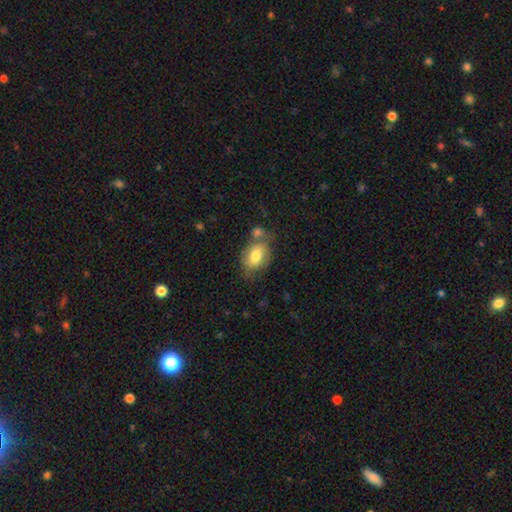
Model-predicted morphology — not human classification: smooth 76%, featured or disk 17%, star or artifact 8%. Down the decision tree: how rounded — in between (72%); merging — none (49%).